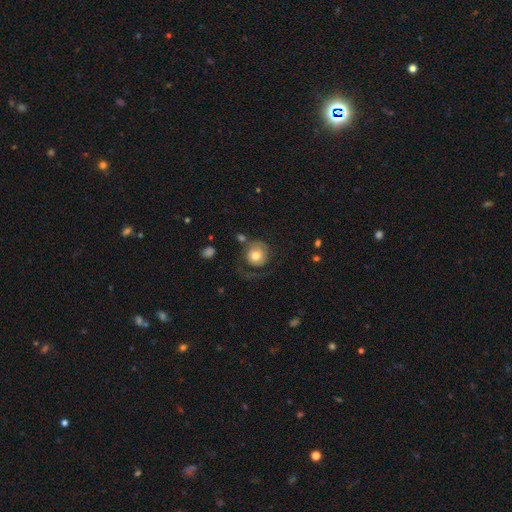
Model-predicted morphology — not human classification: A smooth galaxy with no disk features (63%) that is round (88%). Merging: none (44%).